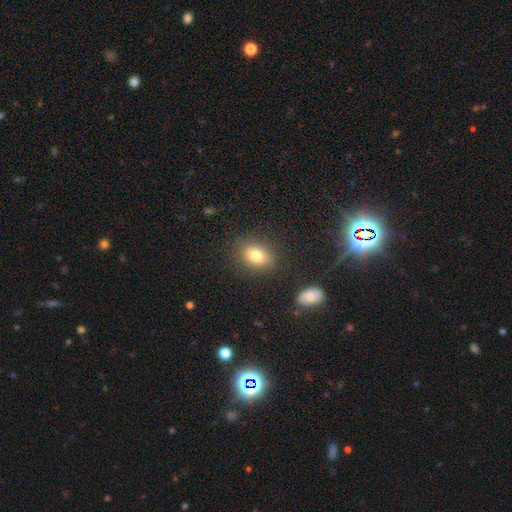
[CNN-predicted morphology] Overall: smooth (79%). How rounded: in between (60%; round 38%). Merging: none (83%).